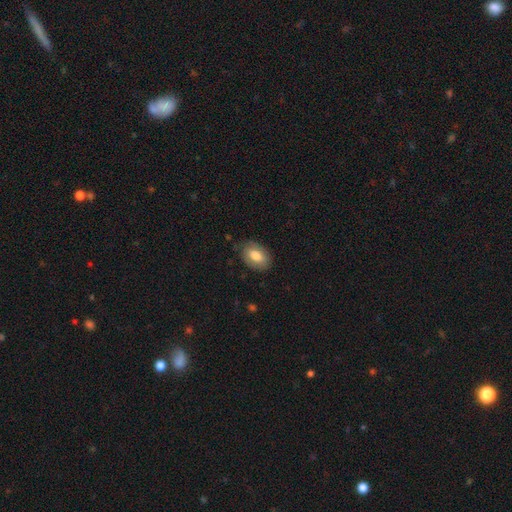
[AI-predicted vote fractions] Smooth or featured?
  - smooth: 75% *
  - featured or disk: 18%
  - star or artifact: 7%
How rounded?
  - in between: 88% *
  - round: 10%
  - cigar-shaped: 1%
Merging?
  - none: 78% *
  - minor disturbance: 17%
  - major disturbance: 4%
  - merger: 1%